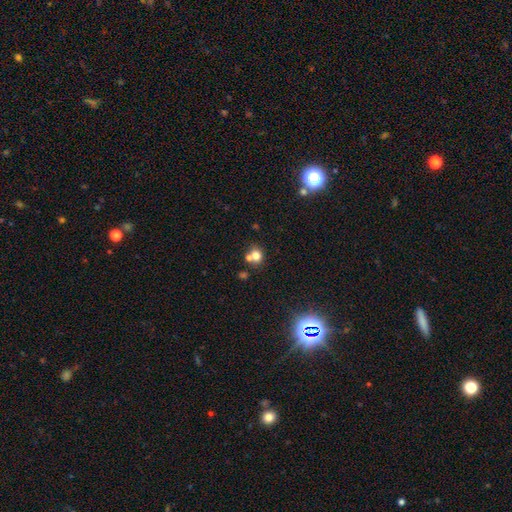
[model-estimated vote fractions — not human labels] Q: Smooth or featured?
A: smooth (72%); runner-up: star or artifact (16%)
Q: How rounded?
A: round (75%); runner-up: in between (24%)
Q: Merging?
A: none (51%); runner-up: merger (36%)